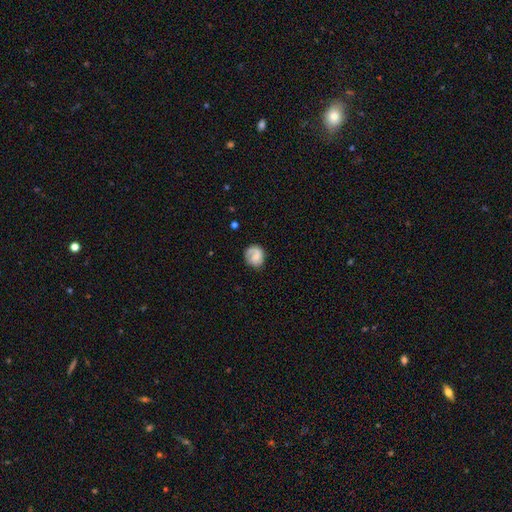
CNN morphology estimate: This appears to be a smooth galaxy with no disk features (50%) that is round (73%). Merging: none (65%).